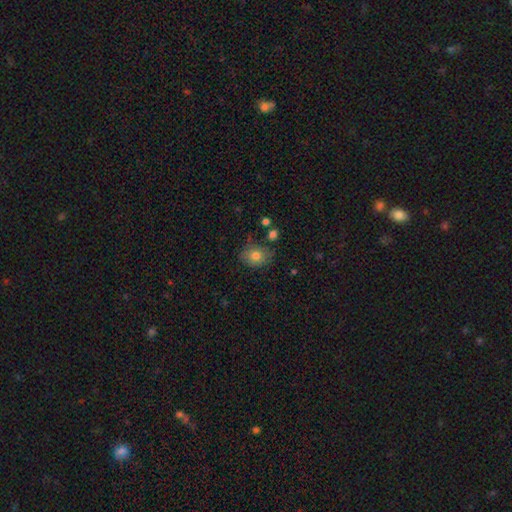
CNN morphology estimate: A smooth galaxy with no disk features (78%) that is round (59%). Merging: none (74%).